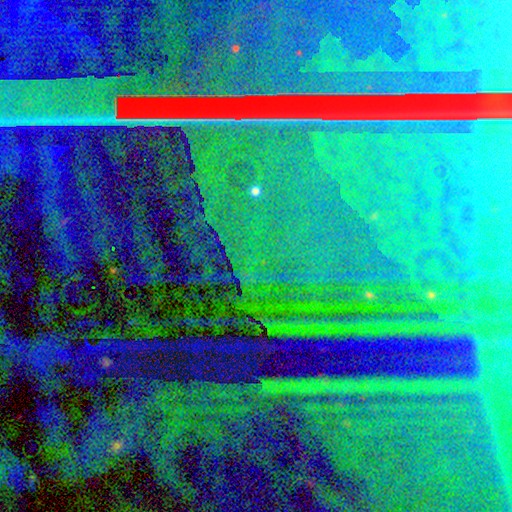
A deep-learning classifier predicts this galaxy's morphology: smooth_or_featured: star or artifact (p=0.89) [alt: featured or disk p=0.07]